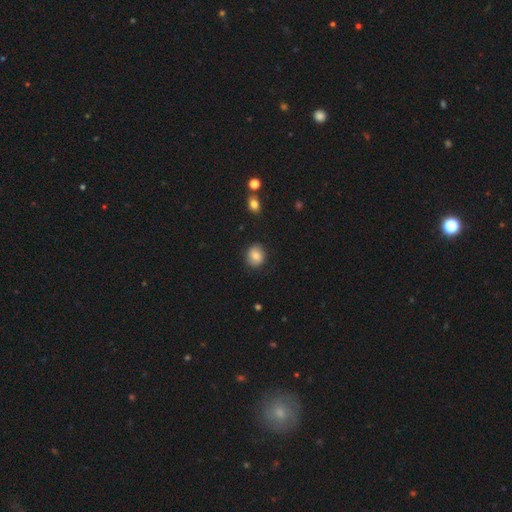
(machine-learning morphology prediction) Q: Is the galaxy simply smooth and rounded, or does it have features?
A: smooth — 82%.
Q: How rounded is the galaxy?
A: round — 75%.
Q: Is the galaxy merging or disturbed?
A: none — 86%.